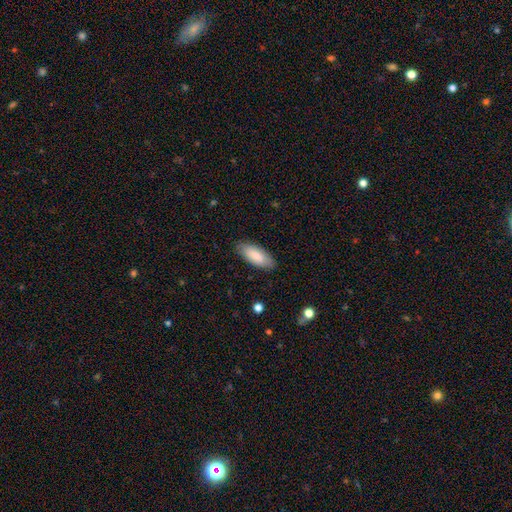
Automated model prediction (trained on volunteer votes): This appears to be a smooth galaxy with no disk features (84%) that is in between round and cigar-shaped (79%). Merging: none (86%).